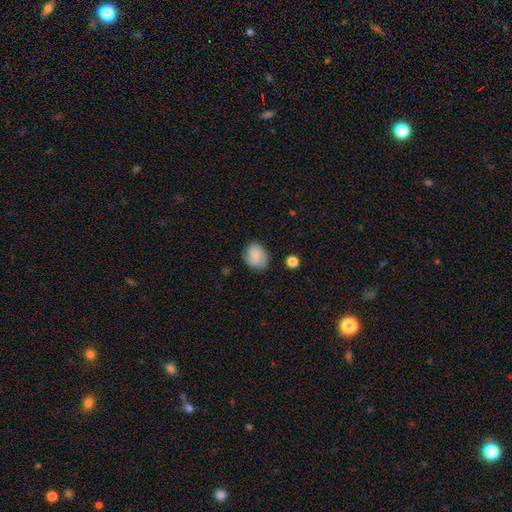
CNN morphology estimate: Overall: smooth (68%). How rounded: in between (51%; round 48%). Merging: none (74%).